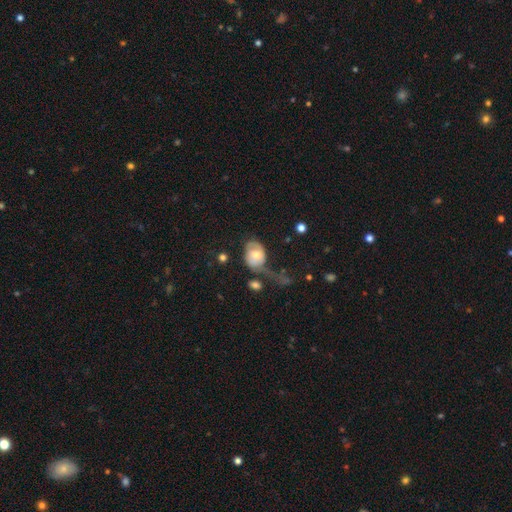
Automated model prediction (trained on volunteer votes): smooth-or-featured: smooth: 54% | featured or disk: 38% | star or artifact: 7%
  how-rounded: in between: 66% | round: 33% | cigar-shaped: 1%
  merging: major disturbance: 42% | none: 22% | minor disturbance: 22% | merger: 14%